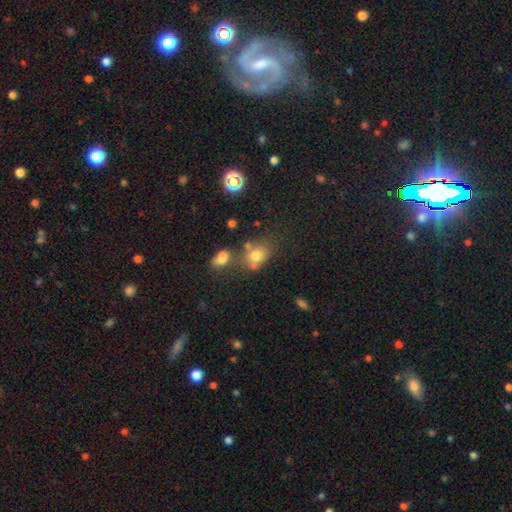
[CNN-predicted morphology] smooth 71%, star or artifact 16%, featured or disk 13%. Down the decision tree: how rounded — in between (54%); merging — none (51%).